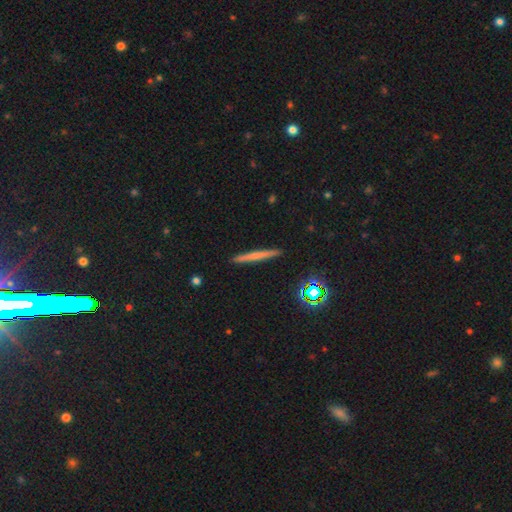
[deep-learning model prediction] Q: Smooth or featured?
A: smooth (54%); runner-up: featured or disk (36%)
Q: How rounded?
A: cigar-shaped (96%); runner-up: in between (2%)
Q: Merging?
A: none (92%); runner-up: minor disturbance (5%)